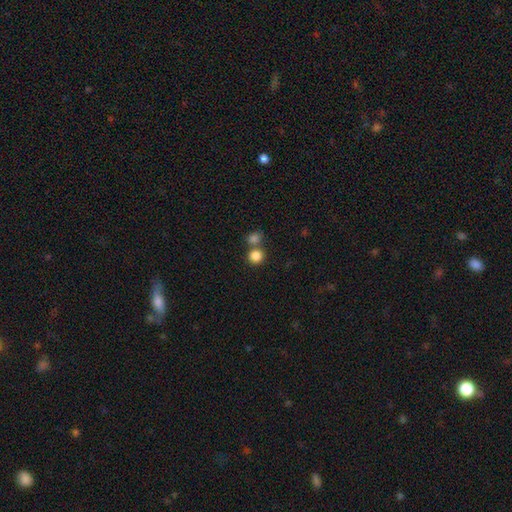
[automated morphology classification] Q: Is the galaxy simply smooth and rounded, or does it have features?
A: smooth — 84%.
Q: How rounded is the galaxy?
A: round — 87%.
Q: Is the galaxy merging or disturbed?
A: none — 57%.